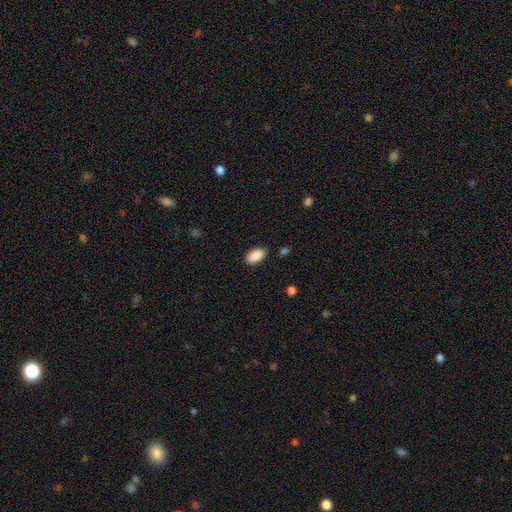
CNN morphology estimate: Smooth or featured? smooth (90%)
How rounded? in between (94%)
Merging? none (87%)